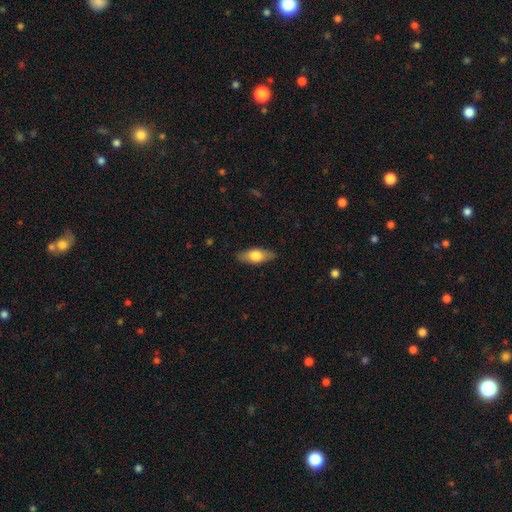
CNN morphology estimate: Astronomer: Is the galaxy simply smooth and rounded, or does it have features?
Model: smooth — 66%.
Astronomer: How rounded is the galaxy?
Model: in between — 76%.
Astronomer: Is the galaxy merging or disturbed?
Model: none — 86%.